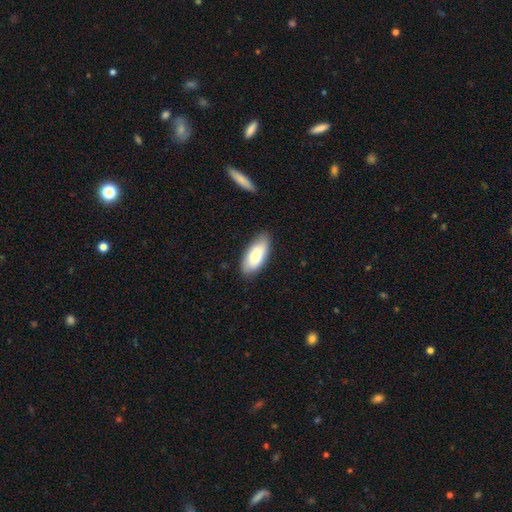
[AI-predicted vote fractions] This is clearly a smooth galaxy (84%). How rounded: clearly in between (88%). Merging: likely none (79%).